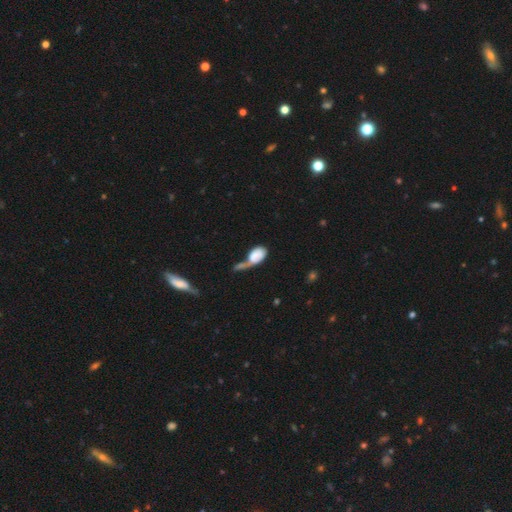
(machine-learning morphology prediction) smooth 72%, featured or disk 21%, star or artifact 8%. Down the decision tree: how rounded — in between (86%); merging — merger (51%).